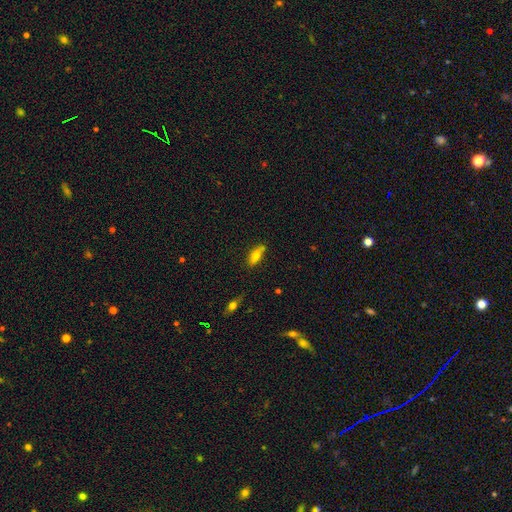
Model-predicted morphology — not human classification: The model was most divided on "how rounded": in between: 63%, cigar-shaped: 34%, round: 3%. More confident: smooth or featured — smooth (74%); merging — none (64%).